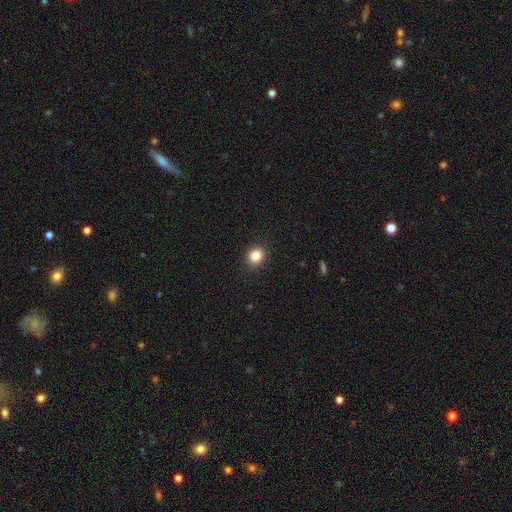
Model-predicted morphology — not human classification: Smooth or featured? Predicted: smooth (p=0.85). How rounded? Predicted: round (p=0.76). Merging? Predicted: none (p=0.91).